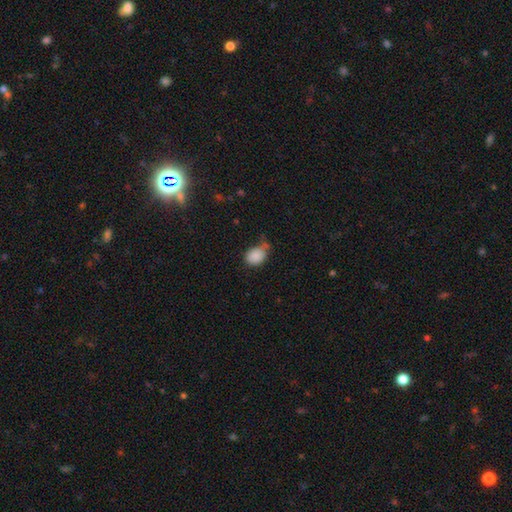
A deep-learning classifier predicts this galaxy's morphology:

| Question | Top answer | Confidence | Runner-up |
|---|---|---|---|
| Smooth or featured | smooth | 87% | star or artifact (9%) |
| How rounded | in between | 54% | round (45%) |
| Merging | none | 48% | minor disturbance (33%) |